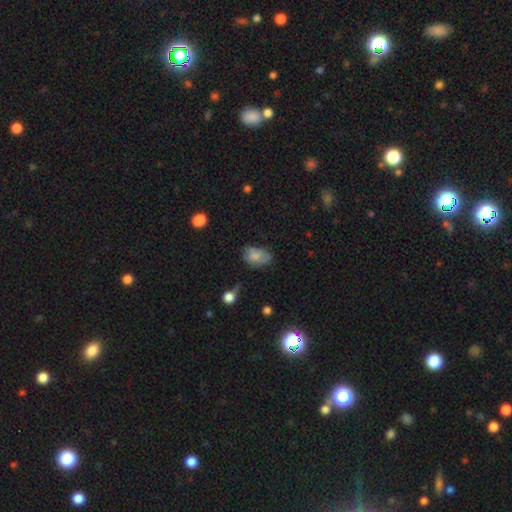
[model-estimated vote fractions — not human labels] Smooth or featured?
  - smooth: 72% *
  - featured or disk: 18%
  - star or artifact: 9%
How rounded?
  - in between: 85% *
  - round: 14%
  - cigar-shaped: 1%
Merging?
  - none: 48% *
  - minor disturbance: 34%
  - major disturbance: 14%
  - merger: 3%